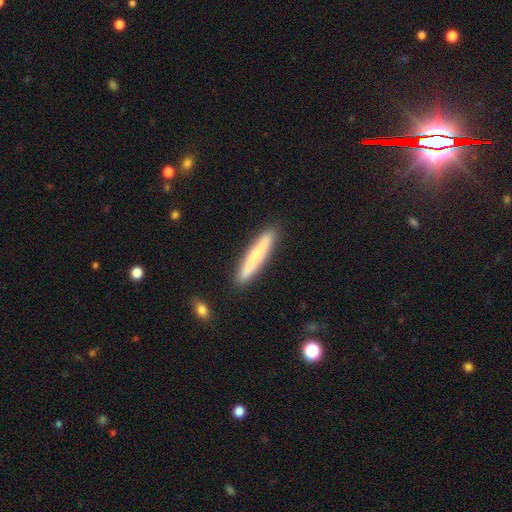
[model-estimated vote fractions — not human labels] This is likely a smooth galaxy (63%). How rounded: clearly cigar-shaped (93%). Merging: clearly none (90%).